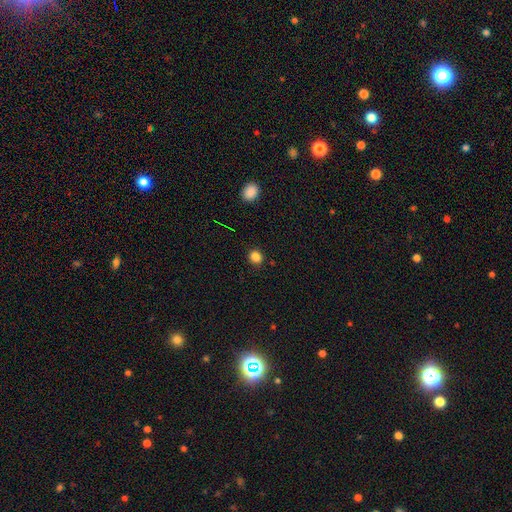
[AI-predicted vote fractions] Smooth or featured? Predicted: smooth (p=0.83). How rounded? Predicted: round (p=0.75). Merging? Predicted: none (p=0.89).